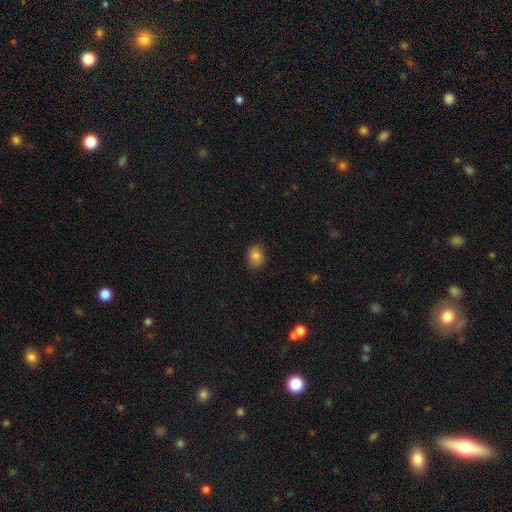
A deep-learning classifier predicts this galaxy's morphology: Overall: smooth (83%). How rounded: in between (57%; round 42%). Merging: none (82%).